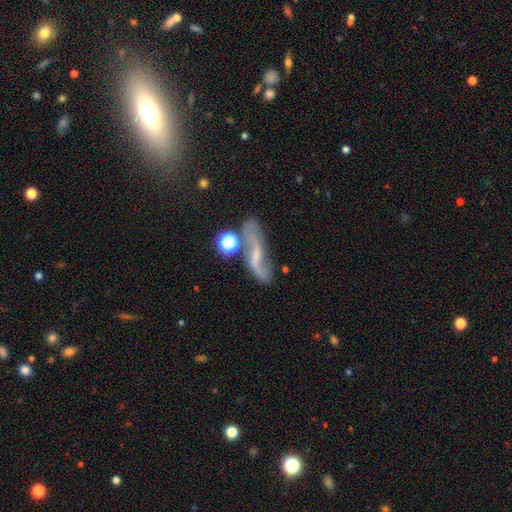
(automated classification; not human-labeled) featured or disk 74%, smooth 15%, star or artifact 10%. Down the decision tree: edge-on disk — no (86%); bar — weak (41%); spiral arms — yes (89%); spiral arm count — 2 (88%); spiral winding — loose (75%); bulge size — small (56%); merging — none (58%).